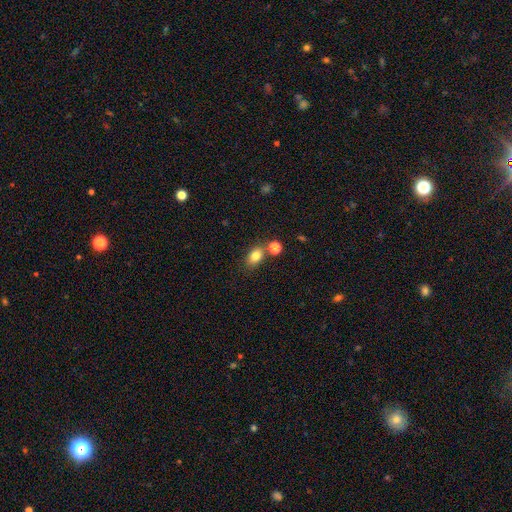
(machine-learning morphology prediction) A smooth galaxy with no disk features (81%) that is in between round and cigar-shaped (77%).

Vote fractions:
- Smooth or featured? smooth: 81% / star or artifact: 11% / featured or disk: 8%
- How rounded? in between: 77% / round: 21% / cigar-shaped: 2%
- Merging? none: 64% / merger: 20% / minor disturbance: 12% / major disturbance: 4%